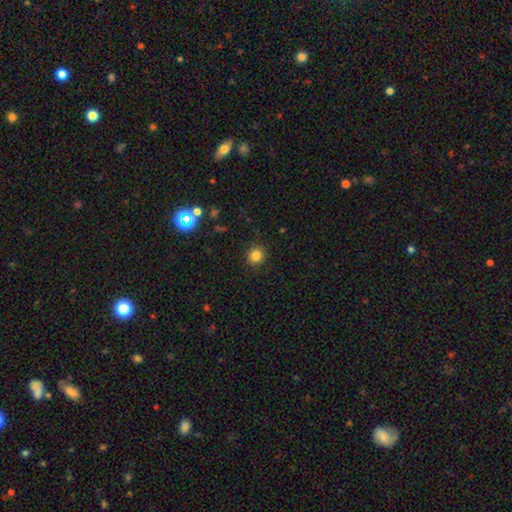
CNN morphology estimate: This appears to be a smooth galaxy with no disk features (82%) that is round (92%). Merging: none (91%).